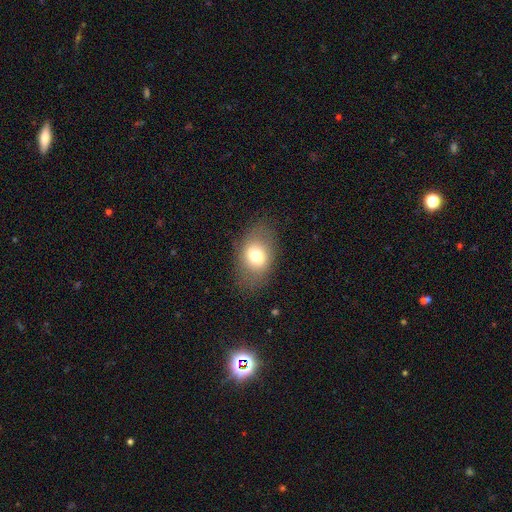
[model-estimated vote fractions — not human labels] The model was most divided on "smooth or featured": smooth: 71%, featured or disk: 19%, star or artifact: 10%. More confident: merging — none (79%); how rounded — in between (76%).